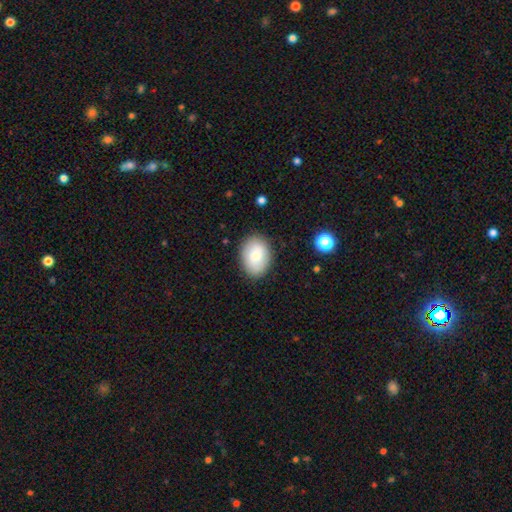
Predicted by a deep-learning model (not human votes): A smooth galaxy with no disk features (77%) that is in between round and cigar-shaped (75%). Merging: none (85%).